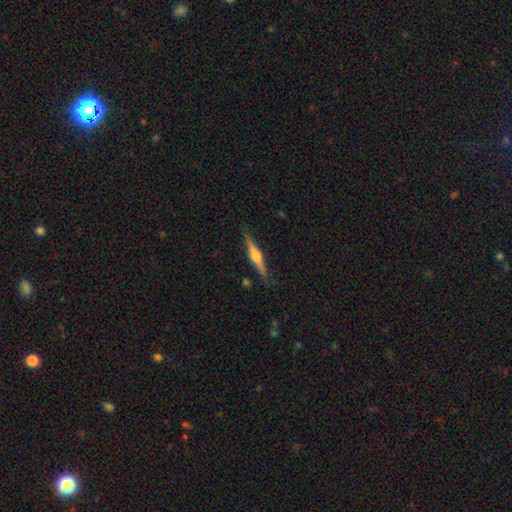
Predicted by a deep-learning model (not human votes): smooth-or-featured: featured or disk: 69% | smooth: 26% | star or artifact: 6%
  disk-edge-on: yes: 98% | no: 2%
    edge-on-bulge: rounded: 89% | boxy: 7% | none: 4%
  merging: none: 86% | minor disturbance: 10% | major disturbance: 2% | merger: 1%